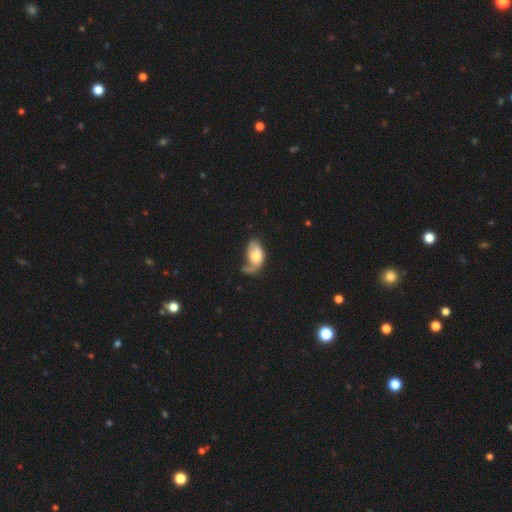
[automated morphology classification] This is possibly a smooth galaxy (51%). How rounded: clearly in between (91%). Merging: marginally major disturbance (34%).